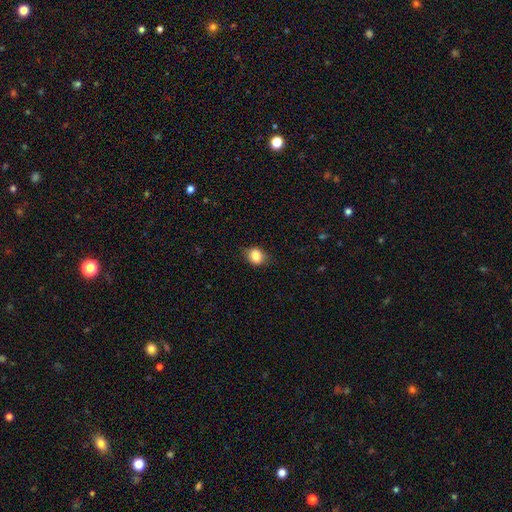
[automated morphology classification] This is clearly a smooth galaxy (82%). How rounded: possibly in between (54%). Merging: clearly none (81%).